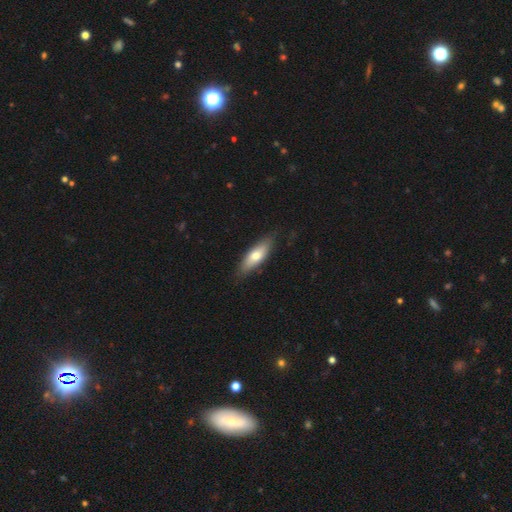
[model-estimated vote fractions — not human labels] A smooth galaxy with no disk features (68%) that is in between round and cigar-shaped (57%).

Vote fractions:
- Smooth or featured? smooth: 68% / featured or disk: 26% / star or artifact: 6%
- How rounded? in between: 57% / cigar-shaped: 41% / round: 2%
- Merging? none: 81% / minor disturbance: 15% / major disturbance: 3% / merger: 1%